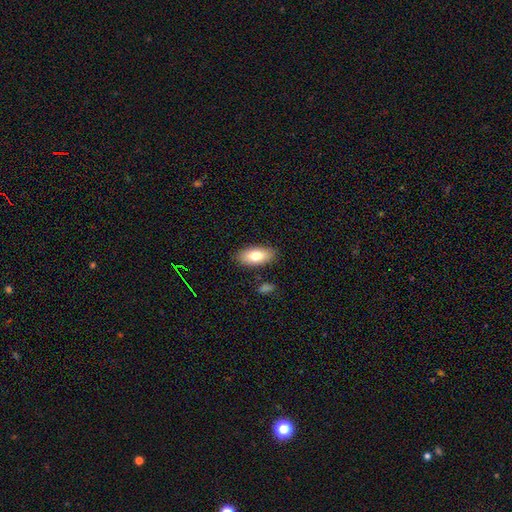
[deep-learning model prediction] Overall: smooth (77%). How rounded: in between (88%). Merging: none (87%).